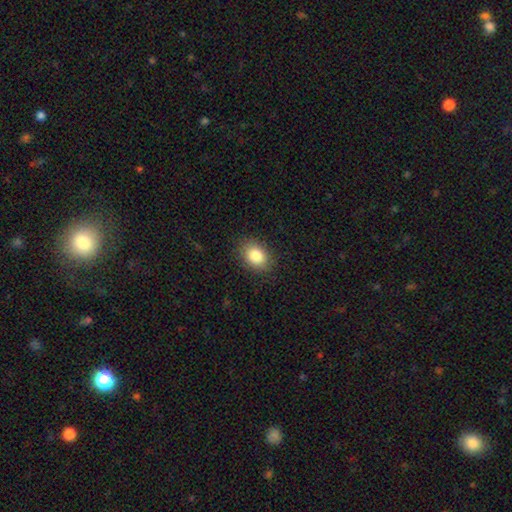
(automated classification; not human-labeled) Morphology: type=smooth (84%); roundness=in between (70%); merging=none (86%).